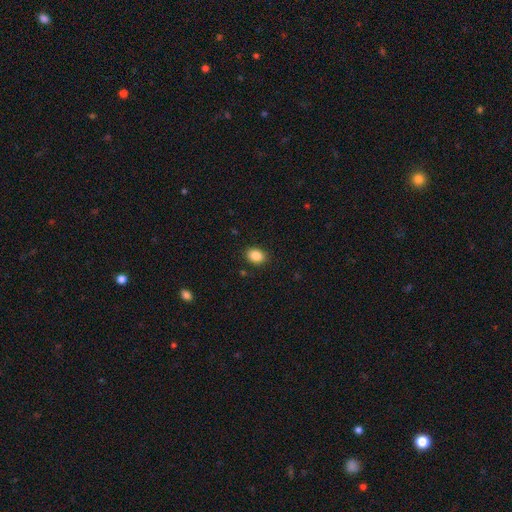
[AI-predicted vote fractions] This appears to be a smooth galaxy with no disk features (86%) that is in between round and cigar-shaped (66%). Merging: none (89%).